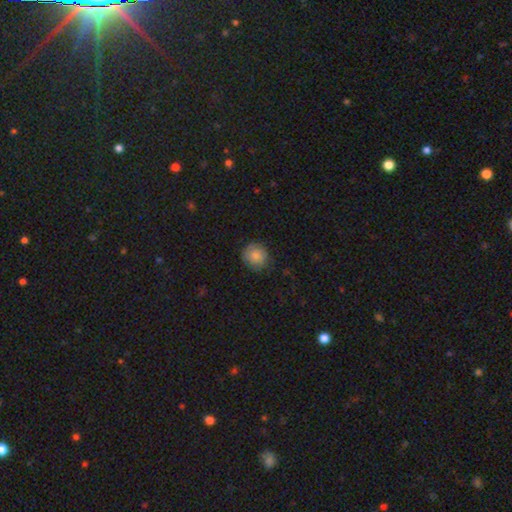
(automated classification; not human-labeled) Smooth or featured?
  - smooth: 82% *
  - featured or disk: 10%
  - star or artifact: 8%
How rounded?
  - round: 90% *
  - in between: 9%
  - cigar-shaped: 1%
Merging?
  - none: 80% *
  - minor disturbance: 16%
  - major disturbance: 3%
  - merger: 1%